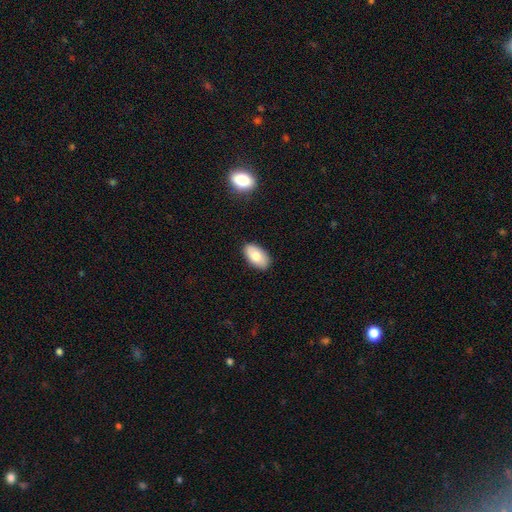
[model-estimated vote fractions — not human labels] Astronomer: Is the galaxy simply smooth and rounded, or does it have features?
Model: smooth — 80%.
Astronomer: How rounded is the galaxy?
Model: in between — 95%.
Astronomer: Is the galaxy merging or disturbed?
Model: none — 87%.